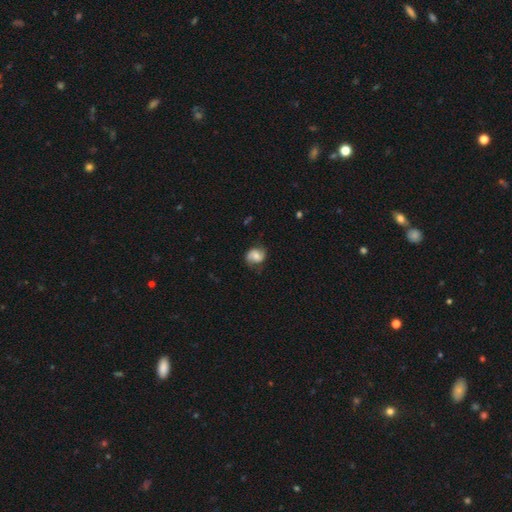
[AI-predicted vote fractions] This is possibly a featured or disk galaxy (53%). It is clearly not viewed edge-on (97%). Bar: possibly no (55%). Spiral arm pattern: clearly yes (88%). Central bulge: possibly moderate (51%). Merging: likely none (70%).